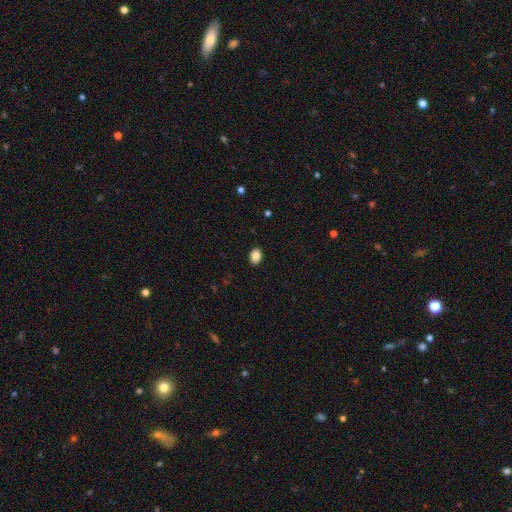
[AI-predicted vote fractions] smooth_or_featured: smooth (p=0.87) [alt: star or artifact p=0.09]
how_rounded: in between (p=0.72) [alt: round p=0.27]
merging: none (p=0.89) [alt: minor disturbance p=0.08]